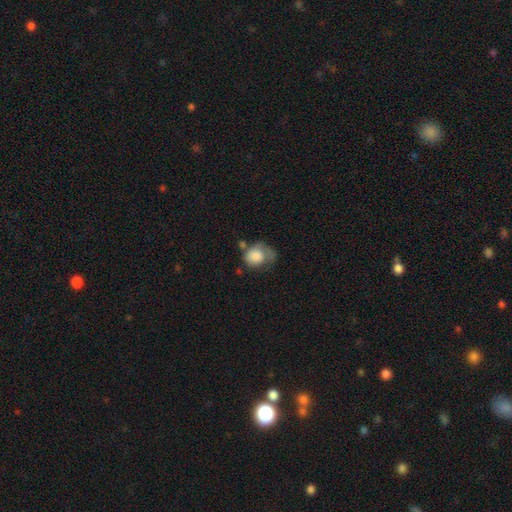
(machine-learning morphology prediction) This is likely a smooth galaxy (73%). How rounded: possibly round (59%). Merging: marginally major disturbance (34%).